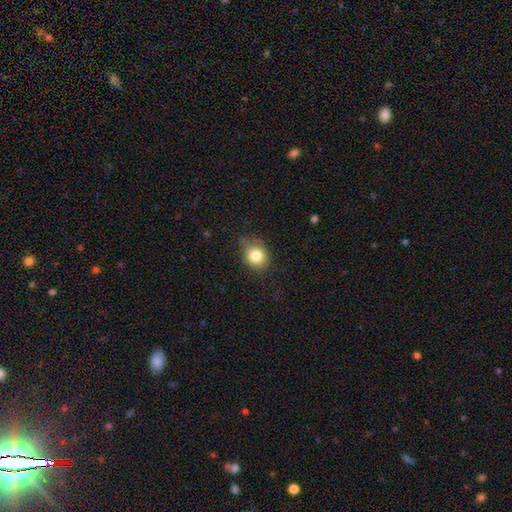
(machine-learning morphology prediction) type=smooth (81%); roundness=round (67%); merging=none (72%).